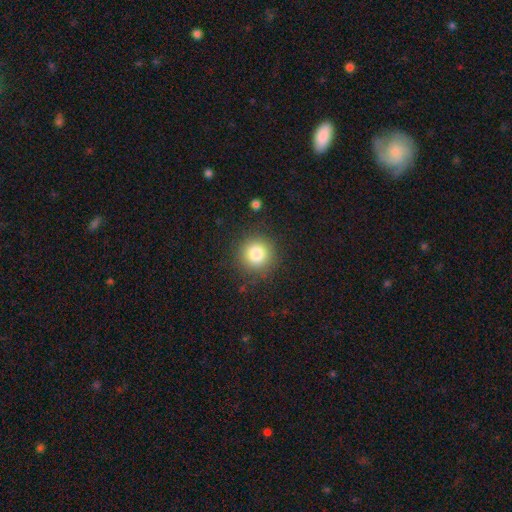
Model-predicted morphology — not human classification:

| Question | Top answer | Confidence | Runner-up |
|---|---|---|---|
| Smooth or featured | smooth | 83% | star or artifact (11%) |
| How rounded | round | 94% | in between (5%) |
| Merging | none | 88% | minor disturbance (7%) |